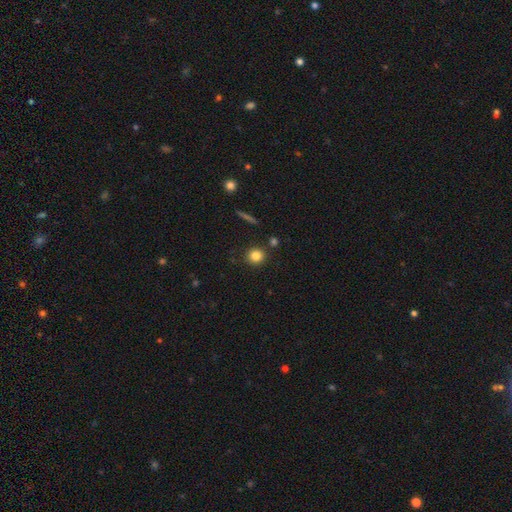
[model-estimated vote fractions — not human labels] This is clearly a smooth galaxy (82%). How rounded: clearly round (89%). Merging: clearly none (86%).